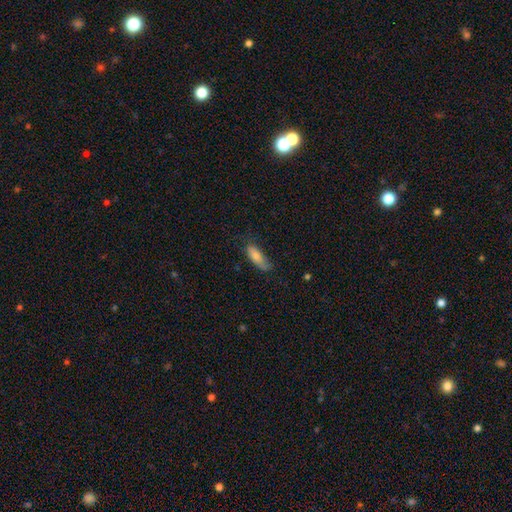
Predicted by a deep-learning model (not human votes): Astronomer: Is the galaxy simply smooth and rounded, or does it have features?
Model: smooth — 73%.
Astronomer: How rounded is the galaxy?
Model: in between — 65%.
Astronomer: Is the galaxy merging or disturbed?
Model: none — 55% (runner-up: minor disturbance, 31%).